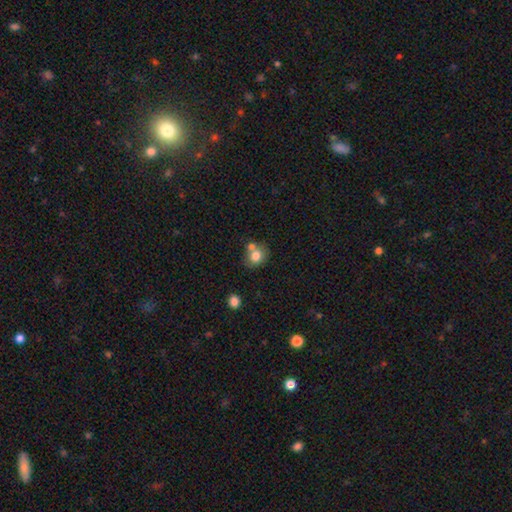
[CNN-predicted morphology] This appears to be a smooth galaxy with no disk features (77%) that is round (67%). Merging: none (48%).